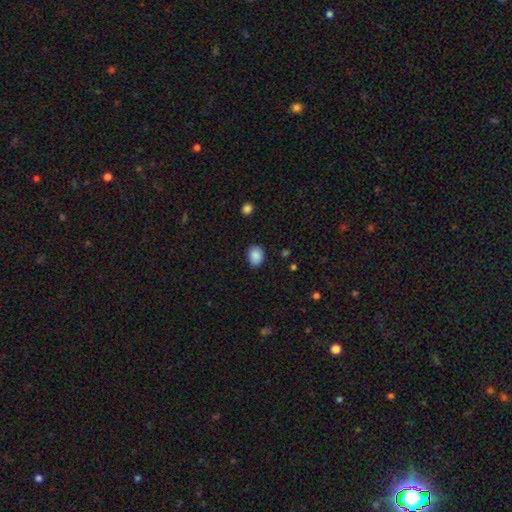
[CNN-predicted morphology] Smooth or featured? Predicted: smooth (p=0.88). How rounded? Predicted: in between (p=0.64). Merging? Predicted: none (p=0.83).